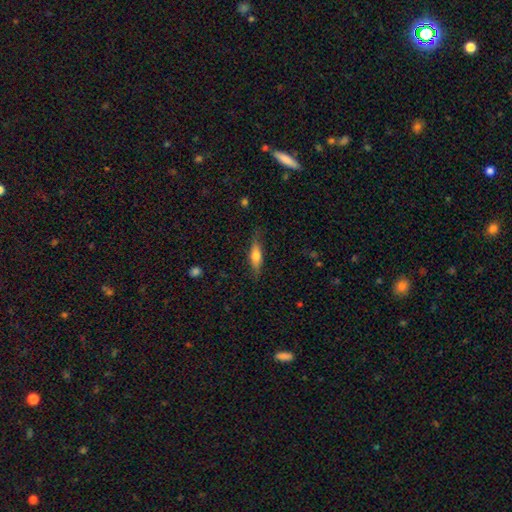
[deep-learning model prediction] Morphology: type=smooth (61%); roundness=cigar-shaped (57%); merging=none (78%).